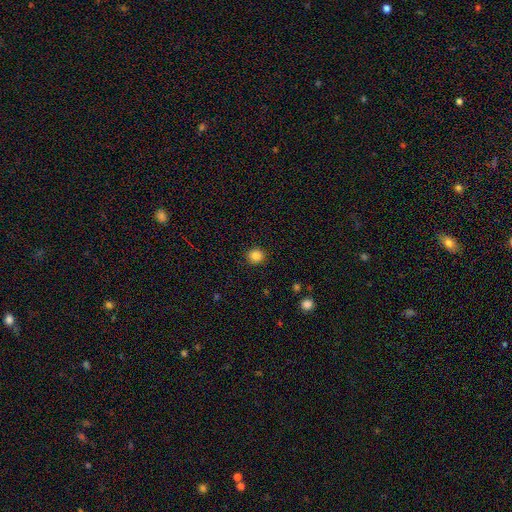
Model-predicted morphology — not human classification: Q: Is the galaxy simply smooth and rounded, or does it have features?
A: smooth — 85%.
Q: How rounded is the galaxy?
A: round — 89%.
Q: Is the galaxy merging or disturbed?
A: none — 90%.